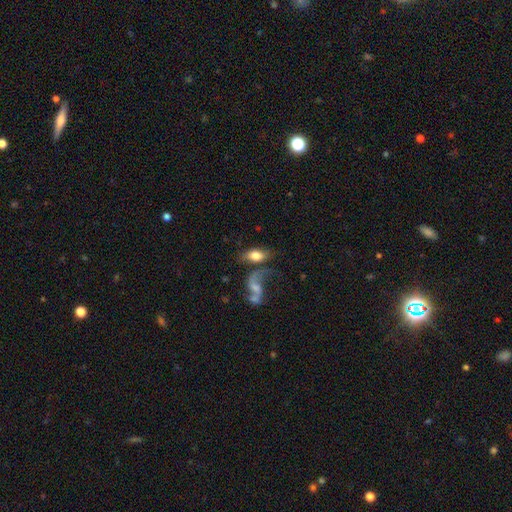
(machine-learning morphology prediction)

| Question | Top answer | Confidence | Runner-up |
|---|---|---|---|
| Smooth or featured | smooth | 66% | featured or disk (25%) |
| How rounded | in between | 88% | round (6%) |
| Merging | none | 42% | merger (30%) |